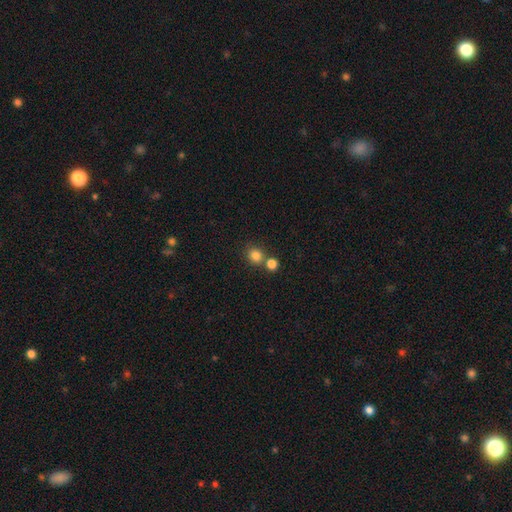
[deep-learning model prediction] This is clearly a smooth galaxy (82%). How rounded: clearly round (82%). Merging: likely none (62%).